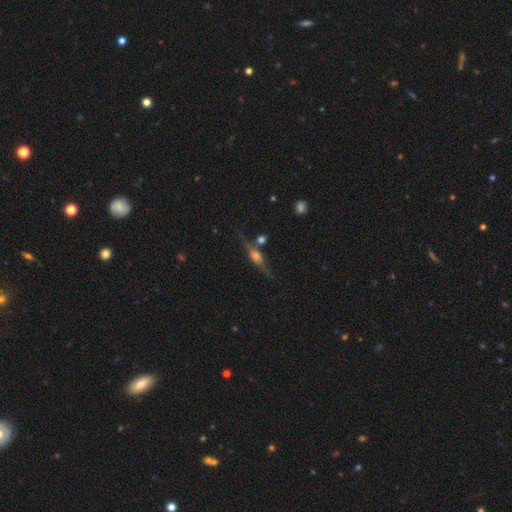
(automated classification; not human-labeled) Smooth or featured?
  - featured or disk: 77% *
  - smooth: 14%
  - star or artifact: 8%
Edge-on disk?
  - yes: 96% *
  - no: 4%
Edge-on bulge?
  - rounded: 78% *
  - boxy: 18%
  - none: 4%
Merging?
  - none: 77% *
  - minor disturbance: 13%
  - merger: 5%
  - major disturbance: 4%